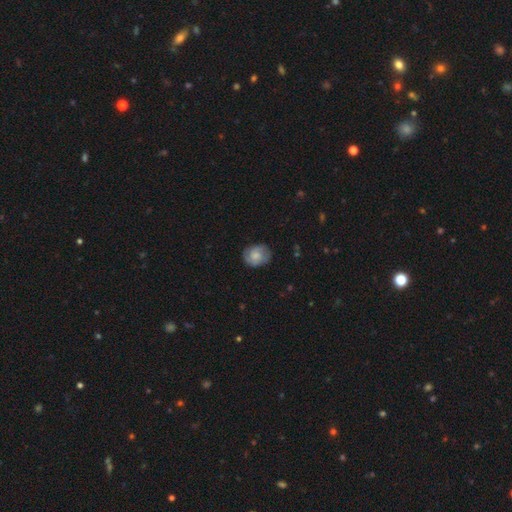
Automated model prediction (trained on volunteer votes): Overall: smooth (59%; featured or disk 34%). How rounded: round (54%; in between 45%). Merging: none (73%).